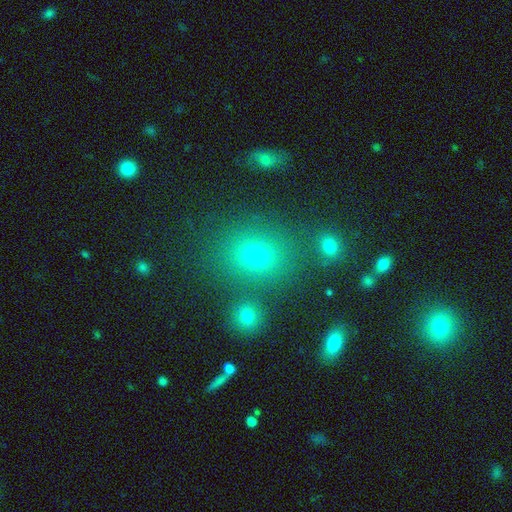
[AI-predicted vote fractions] Smooth or featured? smooth (68%)
How rounded? round (58%)
Merging? none (74%)